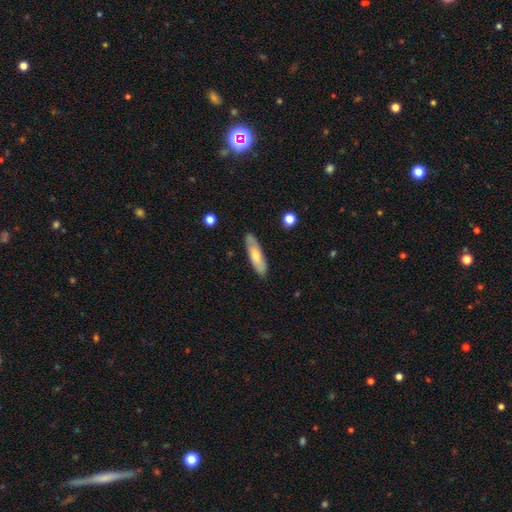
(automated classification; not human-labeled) A smooth galaxy with no disk features (52%) that is cigar-shaped (63%).

Vote fractions:
- Smooth or featured? smooth: 52% / featured or disk: 41% / star or artifact: 7%
- How rounded? cigar-shaped: 63% / in between: 34% / round: 2%
- Merging? none: 86% / minor disturbance: 11% / major disturbance: 2% / merger: 1%